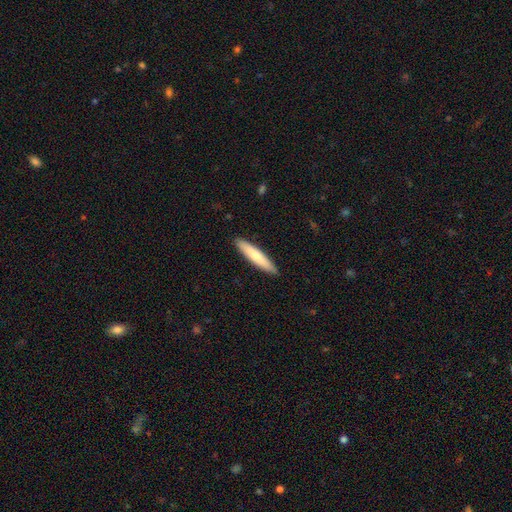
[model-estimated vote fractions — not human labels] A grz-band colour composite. It shows a smooth galaxy with no disk features (76%) that is cigar-shaped (91%). Merging: none (91%).